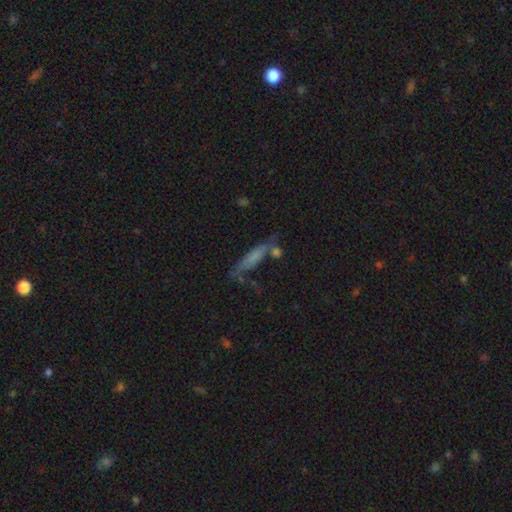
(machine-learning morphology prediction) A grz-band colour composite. It shows a smooth galaxy with no disk features (52%) that is cigar-shaped (78%). Merging: none (55%).